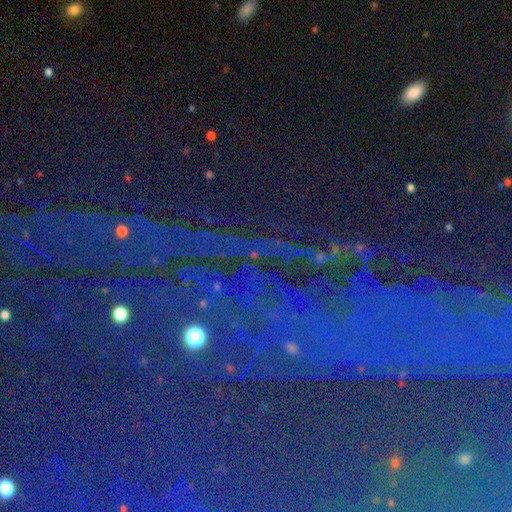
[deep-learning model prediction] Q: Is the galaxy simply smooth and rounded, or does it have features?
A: star or artifact — 86%.